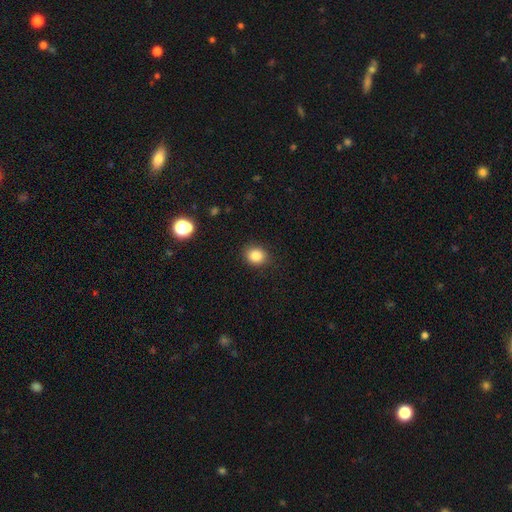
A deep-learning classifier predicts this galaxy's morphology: Q: Smooth or featured?
A: smooth (84%); runner-up: star or artifact (11%)
Q: How rounded?
A: round (68%); runner-up: in between (31%)
Q: Merging?
A: none (88%); runner-up: minor disturbance (9%)